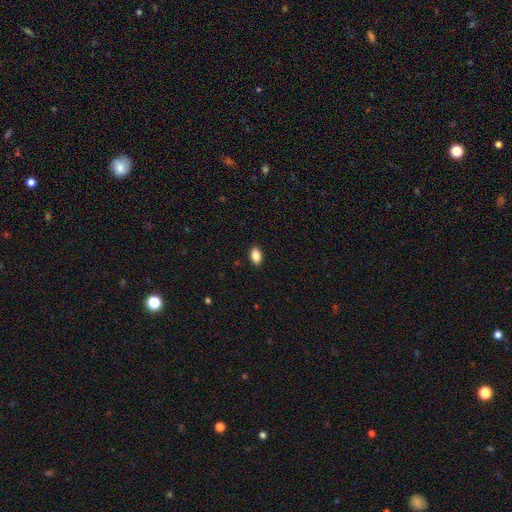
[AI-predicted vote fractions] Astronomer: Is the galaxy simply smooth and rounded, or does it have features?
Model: smooth — 88%.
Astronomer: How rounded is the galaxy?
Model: in between — 90%.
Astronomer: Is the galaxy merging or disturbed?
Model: none — 89%.